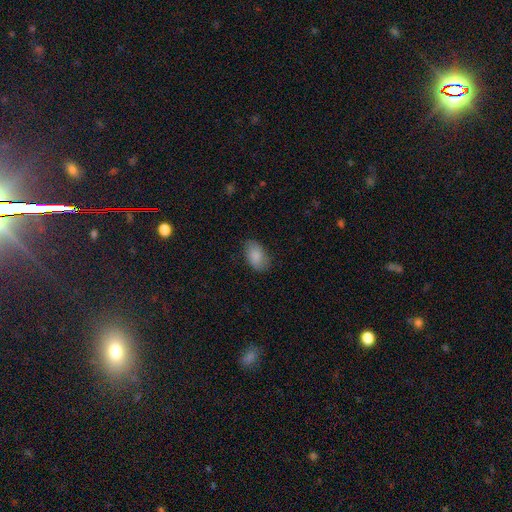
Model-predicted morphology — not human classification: smooth-or-featured: smooth: 86% | star or artifact: 7% | featured or disk: 7%
  how-rounded: in between: 89% | round: 9% | cigar-shaped: 1%
  merging: none: 77% | minor disturbance: 18% | major disturbance: 4% | merger: 1%